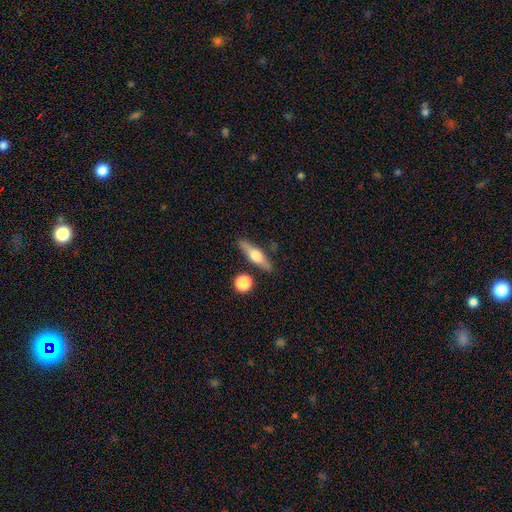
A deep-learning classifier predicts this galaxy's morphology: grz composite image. It shows a featured or disk galaxy (52%) viewed edge-on (92%). Merging: none (83%).